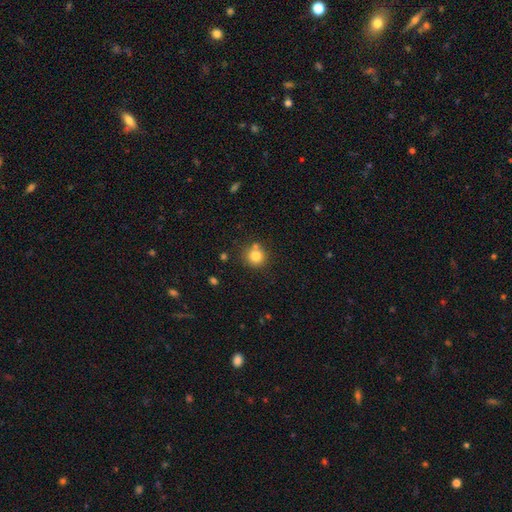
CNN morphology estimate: type=smooth (80%); roundness=round (92%); merging=none (72%).